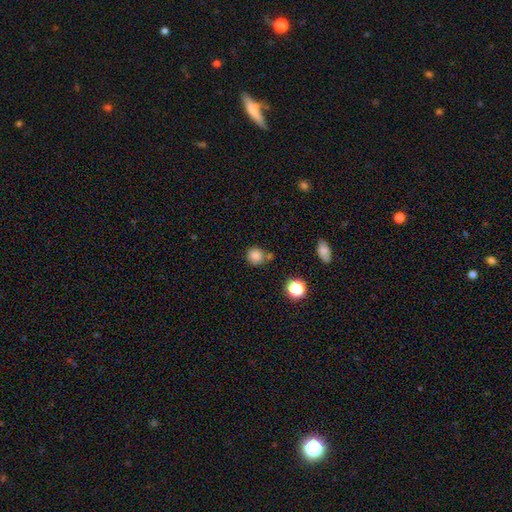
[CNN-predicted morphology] Overall: smooth (82%). How rounded: round (88%). Merging: none (71%).